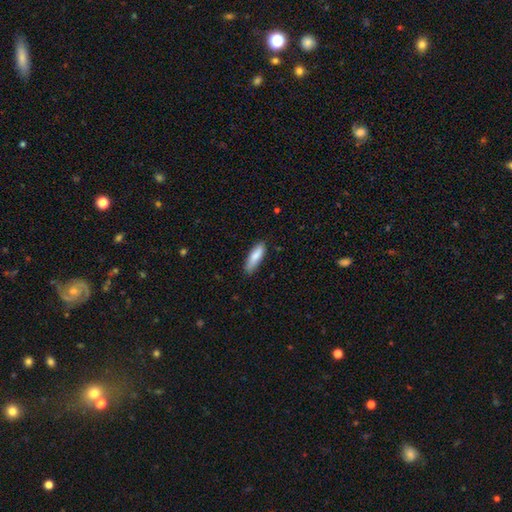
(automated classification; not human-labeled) smooth_or_featured: smooth (p=0.84) [alt: featured or disk p=0.11]
how_rounded: in between (p=0.50) [alt: cigar-shaped p=0.49]
merging: none (p=0.80) [alt: minor disturbance p=0.16]